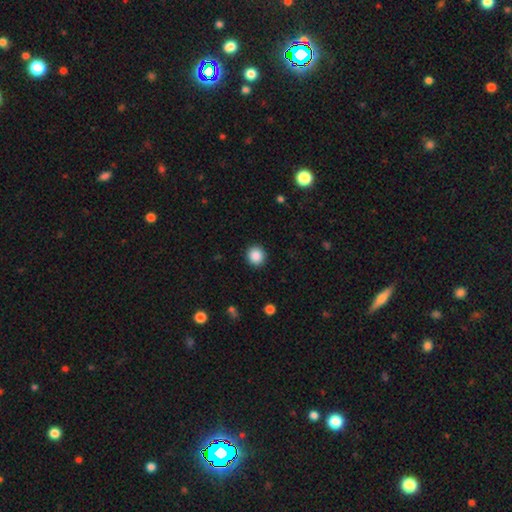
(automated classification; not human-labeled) Overall: smooth (88%). How rounded: round (92%). Merging: none (92%).